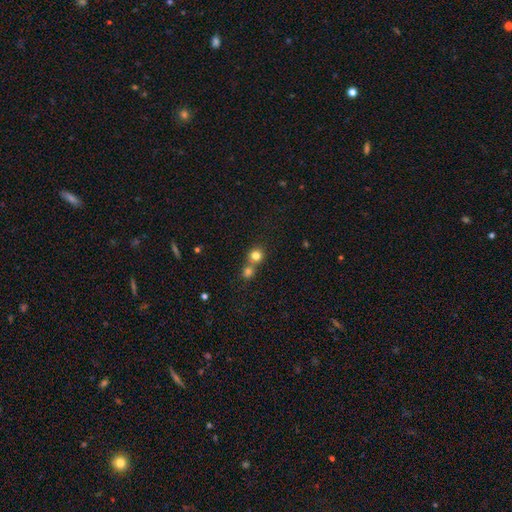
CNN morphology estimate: smooth-or-featured: smooth: 79% | star or artifact: 13% | featured or disk: 8%
  how-rounded: round: 89% | in between: 10% | cigar-shaped: 1%
  merging: merger: 47% | none: 46% | minor disturbance: 5% | major disturbance: 2%